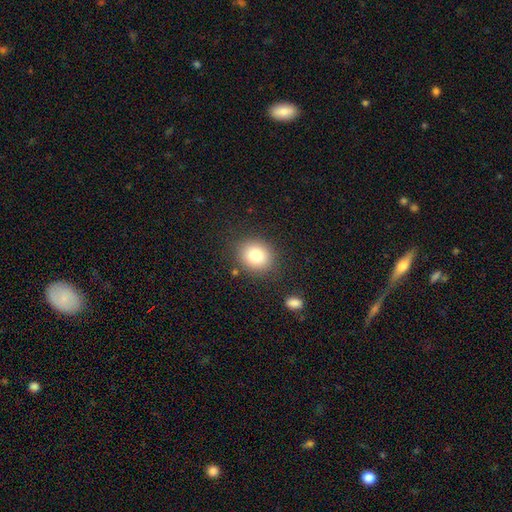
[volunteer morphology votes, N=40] This appears to be a smooth galaxy with no disk features (80%) that is round (59%). Merging: none (92%).